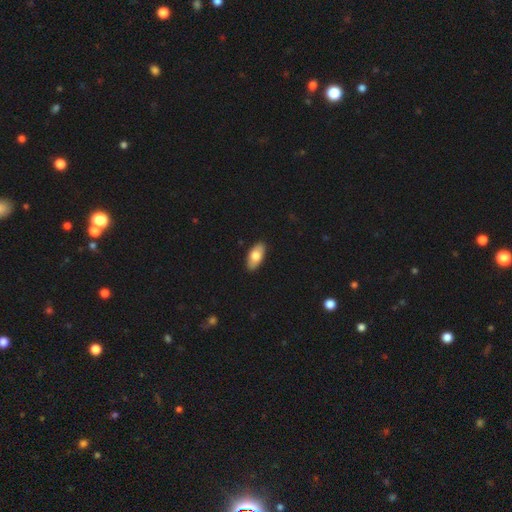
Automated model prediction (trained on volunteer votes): Morphology: type=smooth (74%); roundness=in between (92%); merging=none (89%).